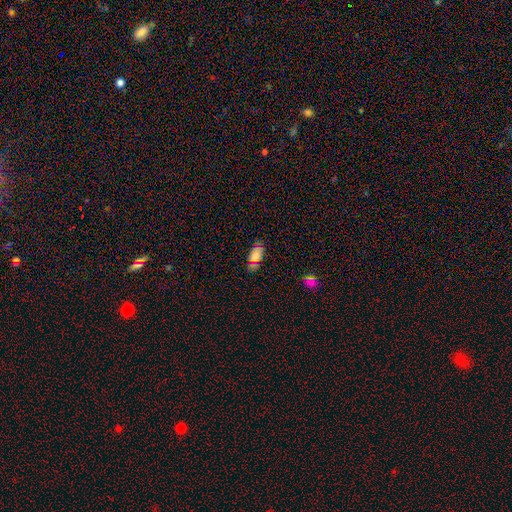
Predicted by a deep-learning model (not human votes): Smooth or featured?
  - smooth: 71% *
  - star or artifact: 19%
  - featured or disk: 11%
How rounded?
  - in between: 89% *
  - cigar-shaped: 7%
  - round: 4%
Merging?
  - none: 79% *
  - minor disturbance: 15%
  - major disturbance: 4%
  - merger: 3%